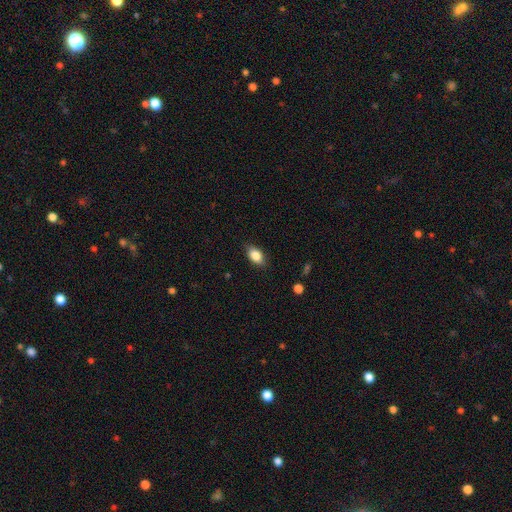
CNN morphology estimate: smooth 86%, star or artifact 8%, featured or disk 6%. Down the decision tree: how rounded — in between (89%); merging — none (86%).